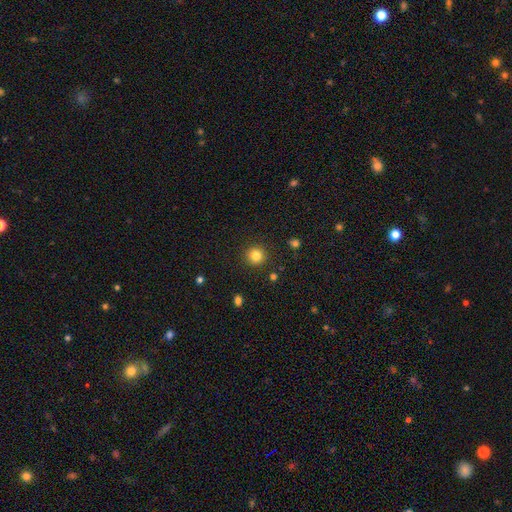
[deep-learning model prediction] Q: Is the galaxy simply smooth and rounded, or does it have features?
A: smooth — 83%.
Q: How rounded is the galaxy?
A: round — 93%.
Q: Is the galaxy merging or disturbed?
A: none — 91%.